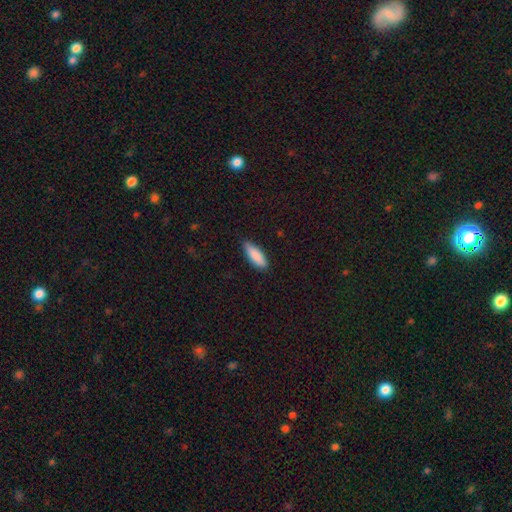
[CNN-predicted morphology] smooth_or_featured: smooth (p=0.88) [alt: featured or disk p=0.07]
how_rounded: in between (p=0.58) [alt: cigar-shaped p=0.41]
merging: none (p=0.84) [alt: minor disturbance p=0.13]